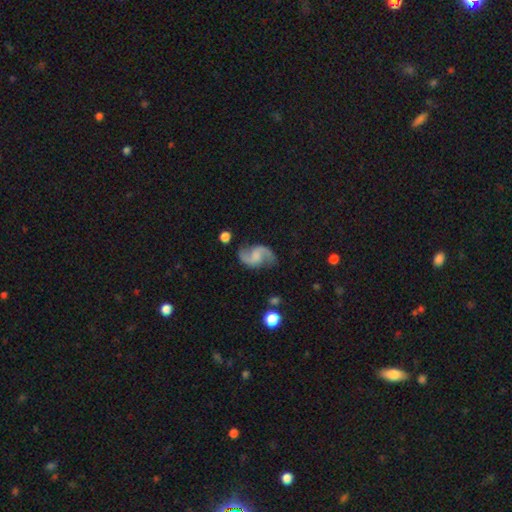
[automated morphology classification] featured or disk 86%, smooth 9%, star or artifact 6%. Down the decision tree: edge-on disk — no (98%); bar — no (44%, tied with weak); spiral arms — yes (97%); spiral arm count — 2 (93%); spiral winding — loose (62%); bulge size — none (54%); merging — none (75%).